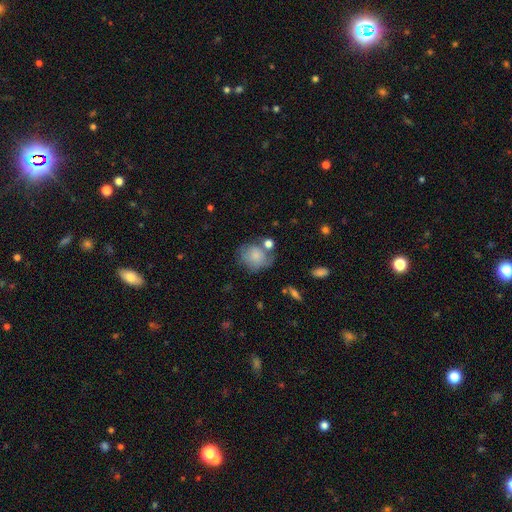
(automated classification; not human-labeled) Smooth or featured? smooth (73%)
How rounded? round (66%)
Merging? none (46%)